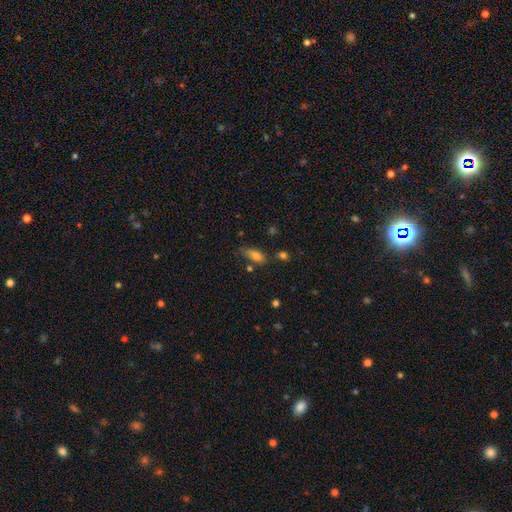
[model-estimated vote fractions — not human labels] The model was most divided on "merging": none: 54%, minor disturbance: 28%, major disturbance: 10%, merger: 8%. More confident: how rounded — in between (79%); smooth or featured — smooth (78%).